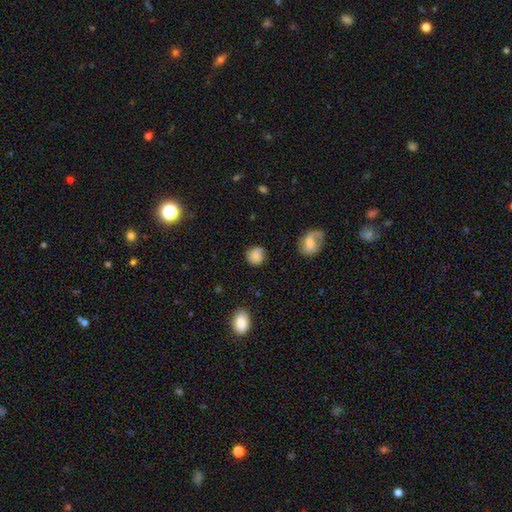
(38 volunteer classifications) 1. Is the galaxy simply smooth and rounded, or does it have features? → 76% smooth, 13% featured or disk, 11% star or artifact.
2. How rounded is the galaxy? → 97% round, 3% in between, 0% cigar-shaped.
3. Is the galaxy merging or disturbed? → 71% none, 21% minor disturbance, 6% major disturbance, 3% merger.